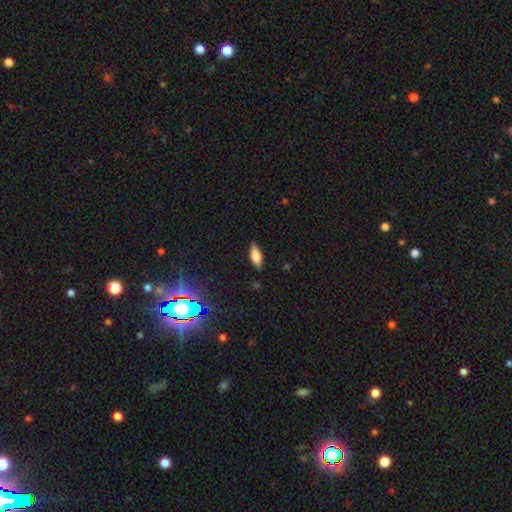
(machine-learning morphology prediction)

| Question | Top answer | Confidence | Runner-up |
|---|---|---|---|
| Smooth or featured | smooth | 68% | featured or disk (22%) |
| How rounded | in between | 71% | cigar-shaped (27%) |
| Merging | none | 87% | minor disturbance (10%) |